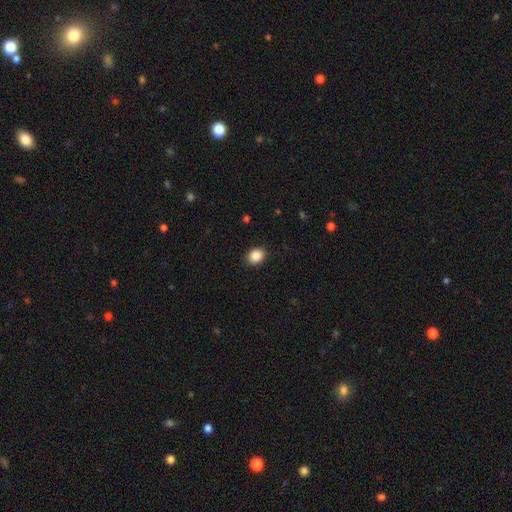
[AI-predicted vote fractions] Smooth or featured? Predicted: smooth (p=0.88). How rounded? Predicted: round (p=0.50). Merging? Predicted: none (p=0.89).